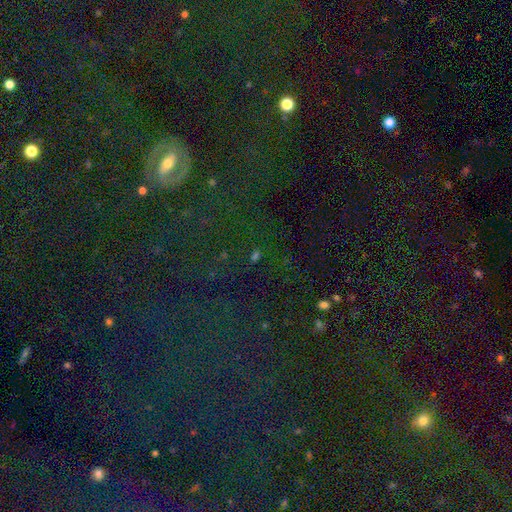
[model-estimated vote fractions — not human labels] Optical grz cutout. It shows a star or artifact, not a galaxy (64%).